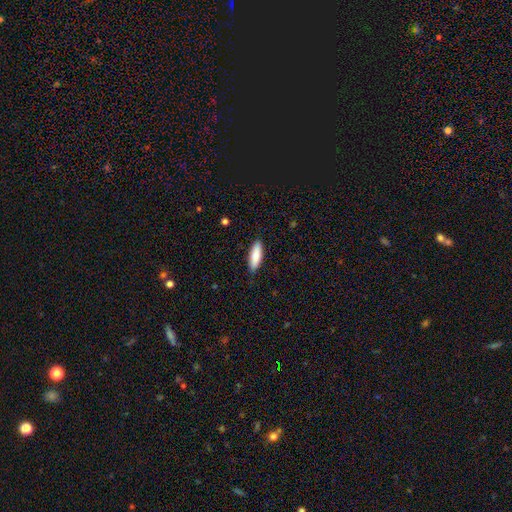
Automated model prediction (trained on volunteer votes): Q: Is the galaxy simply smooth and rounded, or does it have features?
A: smooth — 86%.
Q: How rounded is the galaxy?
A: in between — 53%.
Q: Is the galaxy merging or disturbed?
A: none — 87%.